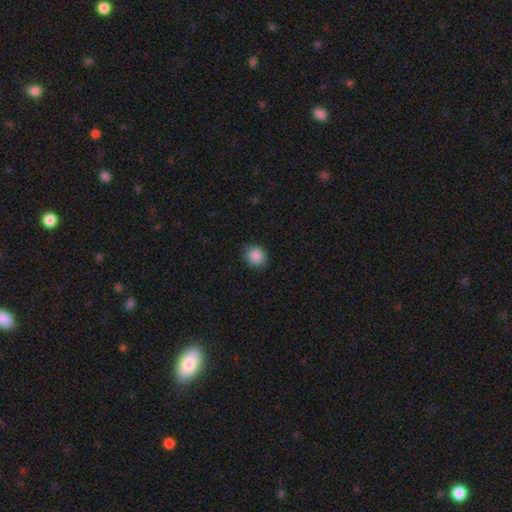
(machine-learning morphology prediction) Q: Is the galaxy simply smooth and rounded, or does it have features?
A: smooth — 88%.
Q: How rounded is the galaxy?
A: round — 82%.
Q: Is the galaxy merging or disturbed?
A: none — 84%.